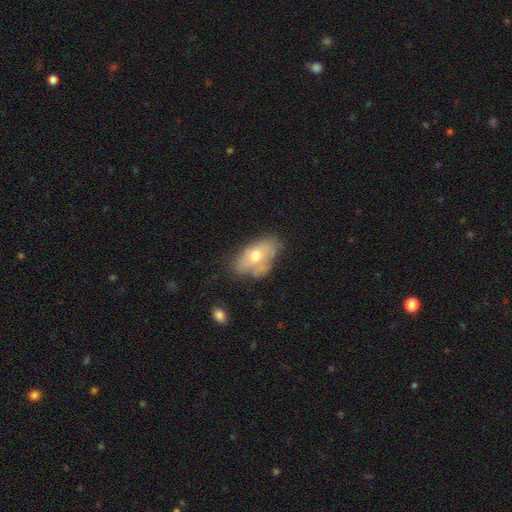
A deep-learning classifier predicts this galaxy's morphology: smooth 57%, featured or disk 36%, star or artifact 8%. Down the decision tree: how rounded — in between (90%); merging — none (50%).